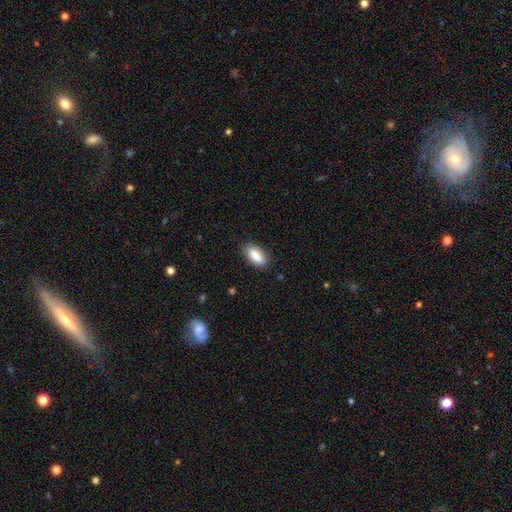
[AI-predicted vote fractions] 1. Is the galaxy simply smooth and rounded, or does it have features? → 87% smooth, 7% star or artifact, 6% featured or disk.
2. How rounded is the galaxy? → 89% in between, 9% cigar-shaped, 3% round.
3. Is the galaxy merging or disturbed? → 86% none, 10% minor disturbance, 2% major disturbance, 1% merger.